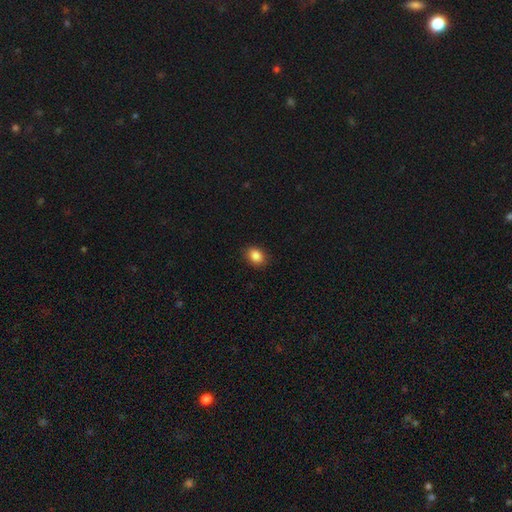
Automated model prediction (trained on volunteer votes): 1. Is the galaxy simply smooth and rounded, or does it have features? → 86% smooth, 9% star or artifact, 4% featured or disk.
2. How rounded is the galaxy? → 63% in between, 35% round, 1% cigar-shaped.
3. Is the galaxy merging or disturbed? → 88% none, 8% minor disturbance, 2% major disturbance, 1% merger.